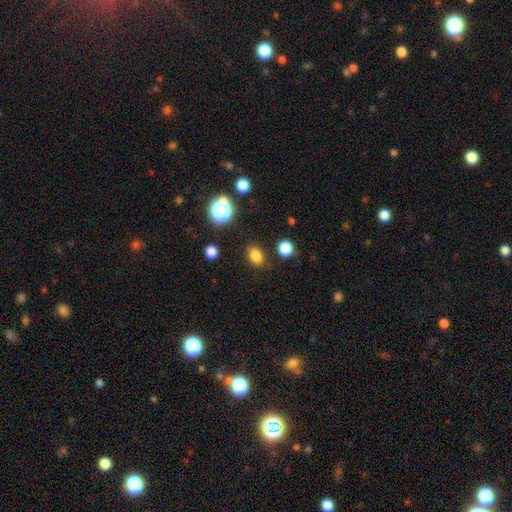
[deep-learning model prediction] The model was most divided on "how rounded": in between: 76%, round: 23%, cigar-shaped: 2%. More confident: merging — none (84%); smooth or featured — smooth (81%).